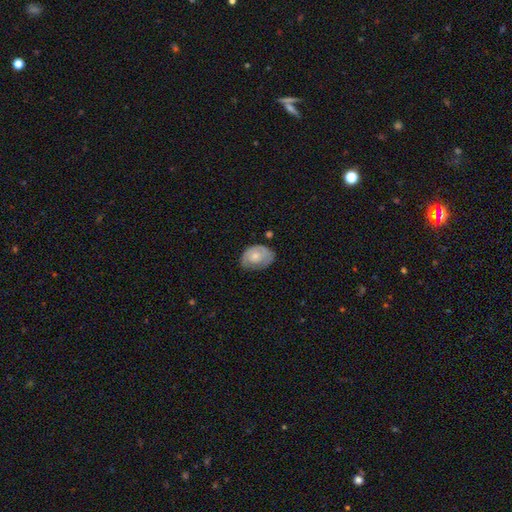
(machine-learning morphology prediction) This is possibly a smooth galaxy (51%). How rounded: likely in between (75%). Merging: possibly none (55%).